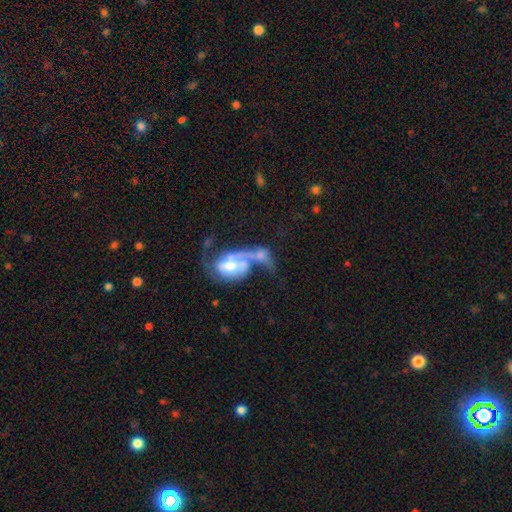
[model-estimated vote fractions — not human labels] featured or disk 68%, smooth 24%, star or artifact 8%. Down the decision tree: edge-on disk — no (96%); bar — no (59%); spiral arms — yes (74%); bulge size — moderate (56%); merging — merger (44%).